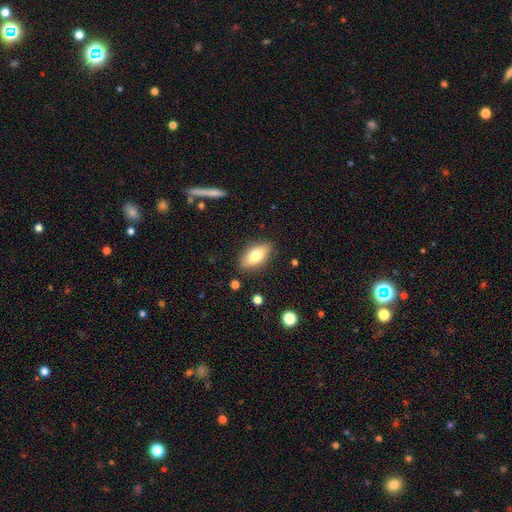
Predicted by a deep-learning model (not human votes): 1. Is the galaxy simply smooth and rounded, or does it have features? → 71% smooth, 21% featured or disk, 7% star or artifact.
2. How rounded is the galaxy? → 84% in between, 12% cigar-shaped, 4% round.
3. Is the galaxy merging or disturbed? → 84% none, 11% minor disturbance, 3% major disturbance, 2% merger.